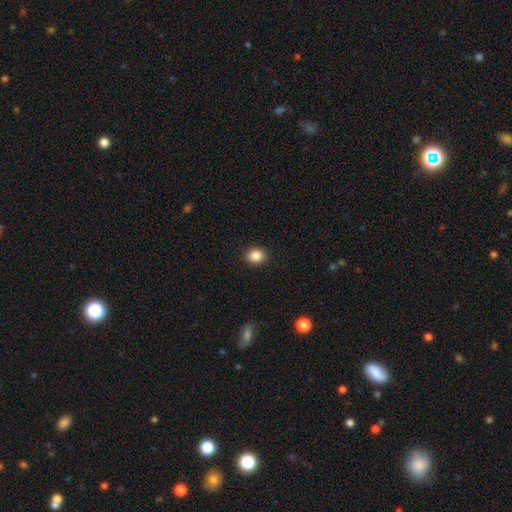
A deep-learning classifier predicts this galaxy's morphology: smooth-or-featured: smooth: 87% | star or artifact: 9% | featured or disk: 4%
  how-rounded: round: 65% | in between: 34% | cigar-shaped: 1%
  merging: none: 91% | minor disturbance: 6% | major disturbance: 2% | merger: 1%